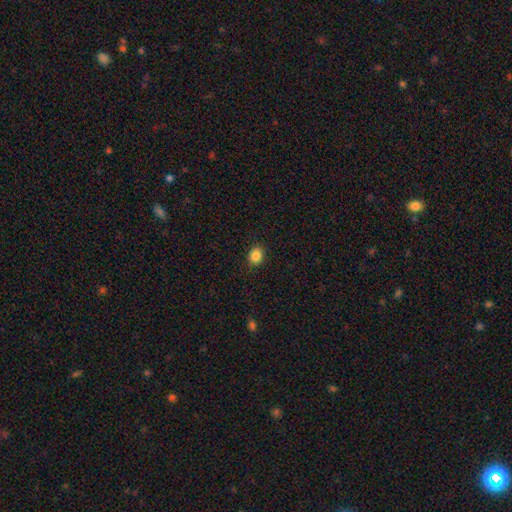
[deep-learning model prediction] smooth 86%, star or artifact 10%, featured or disk 4%. Down the decision tree: how rounded — round (63%); merging — none (90%).